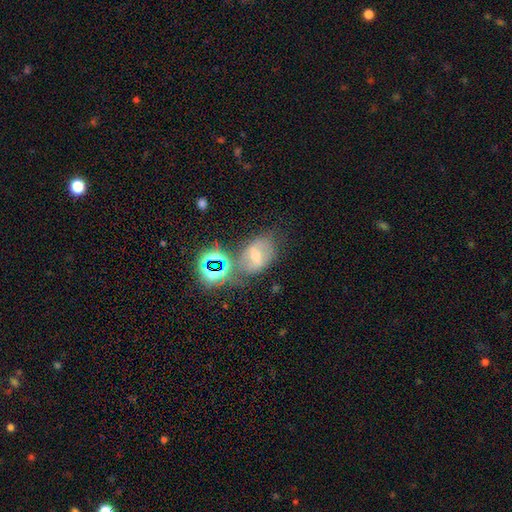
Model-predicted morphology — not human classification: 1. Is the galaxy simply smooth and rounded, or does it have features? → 38% smooth, 37% featured or disk, 26% star or artifact.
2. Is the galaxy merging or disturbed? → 52% none, 19% minor disturbance, 17% merger, 12% major disturbance.